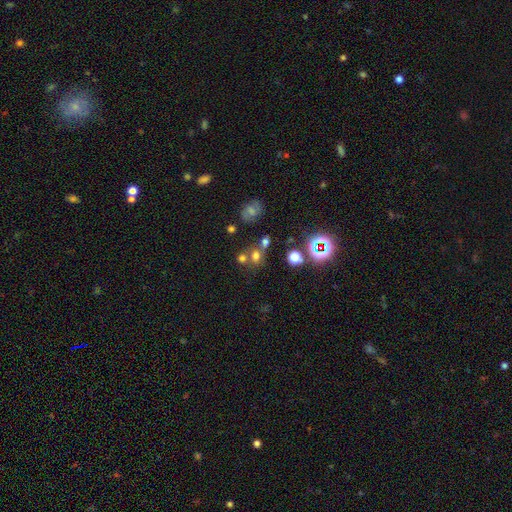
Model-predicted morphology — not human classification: Smooth or featured? Predicted: smooth (p=0.62). How rounded? Predicted: round (p=0.72). Merging? Predicted: none (p=0.54).